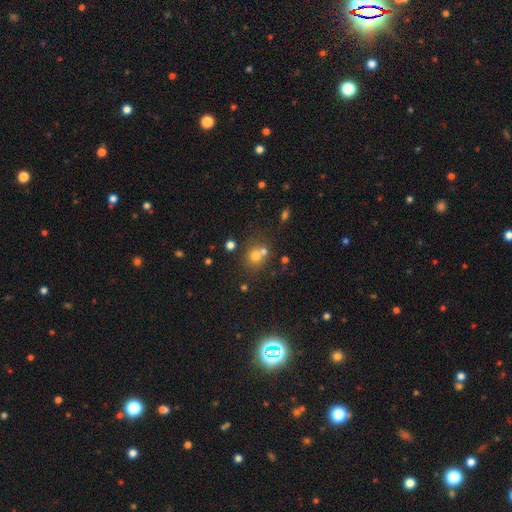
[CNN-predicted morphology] smooth-or-featured: smooth: 68% | star or artifact: 18% | featured or disk: 14%
  how-rounded: round: 80% | in between: 19% | cigar-shaped: 1%
  merging: none: 51% | merger: 35% | minor disturbance: 9% | major disturbance: 4%